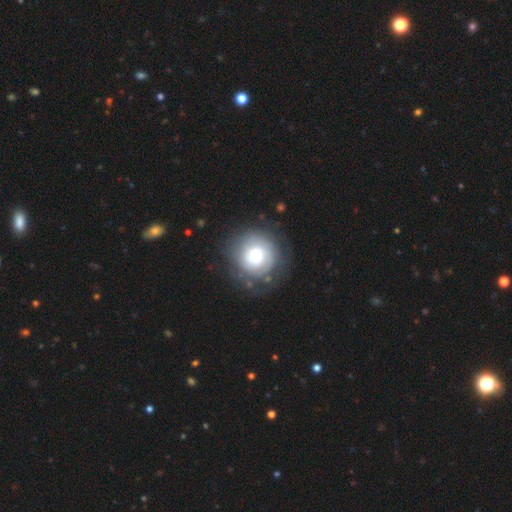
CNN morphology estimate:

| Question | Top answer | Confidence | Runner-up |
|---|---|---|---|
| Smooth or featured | smooth | 47% | featured or disk (45%) |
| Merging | none | 72% | minor disturbance (16%) |